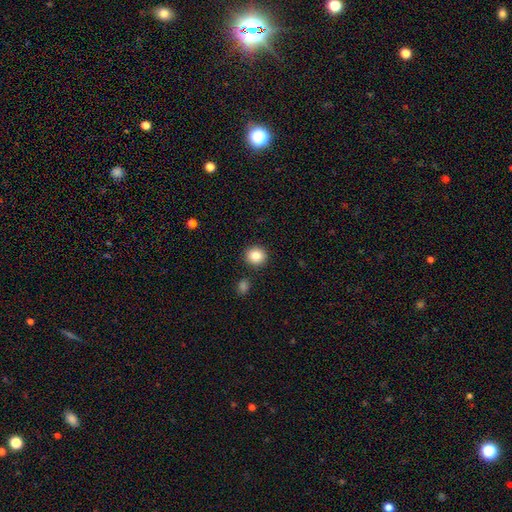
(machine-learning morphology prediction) Q: Smooth or featured?
A: smooth (86%); runner-up: star or artifact (9%)
Q: How rounded?
A: round (89%); runner-up: in between (10%)
Q: Merging?
A: none (90%); runner-up: minor disturbance (6%)